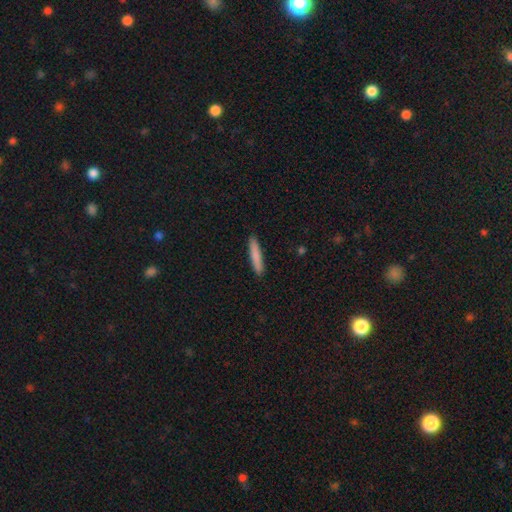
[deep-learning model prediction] Morphology: type=smooth (83%); roundness=cigar-shaped (92%); merging=none (91%).